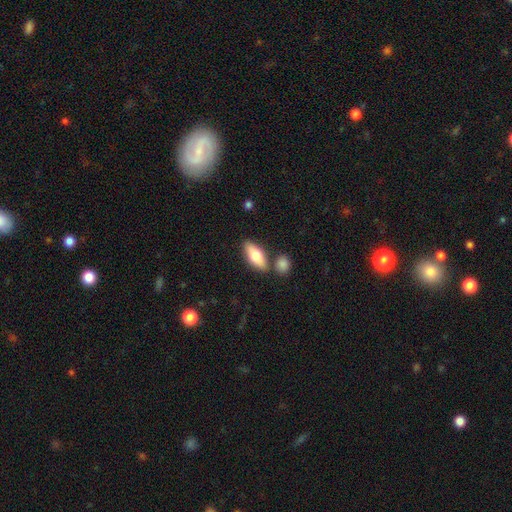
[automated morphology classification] smooth 72%, featured or disk 22%, star or artifact 6%. Down the decision tree: how rounded — in between (79%); merging — none (76%).